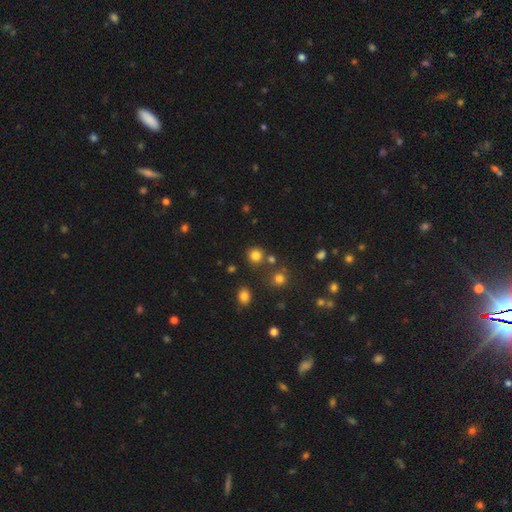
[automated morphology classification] smooth_or_featured: smooth (p=0.79) [alt: star or artifact p=0.15]
how_rounded: round (p=0.90) [alt: in between p=0.09]
merging: none (p=0.80) [alt: merger p=0.09]